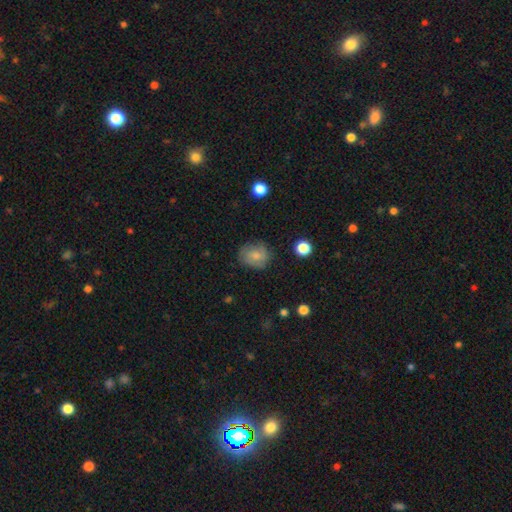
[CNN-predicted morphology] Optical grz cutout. It shows a smooth galaxy with no disk features (71%) that is round (58%). Merging: none (71%).